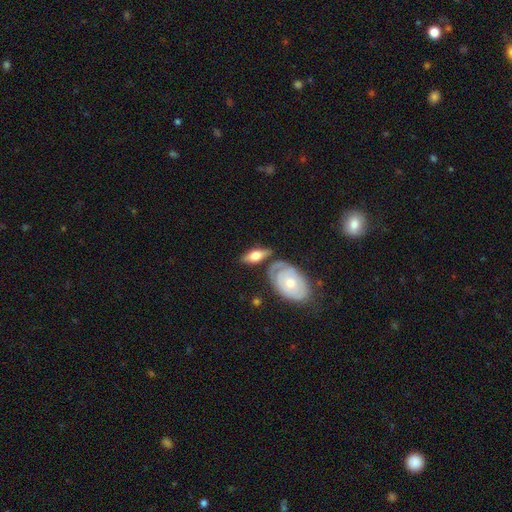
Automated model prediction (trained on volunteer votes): Smooth or featured: smooth — 54% (featured or disk — 41%)
How rounded: in between — 85% (cigar-shaped — 11%)
Merging: none — 53% (minor disturbance — 22%)